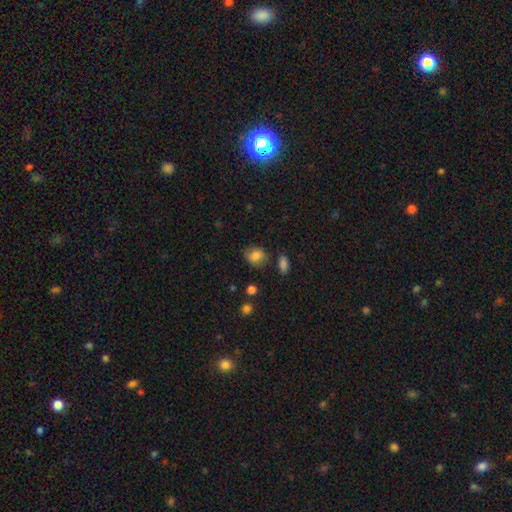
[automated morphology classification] Smooth or featured? smooth (81%)
How rounded? in between (51%)
Merging? none (71%)